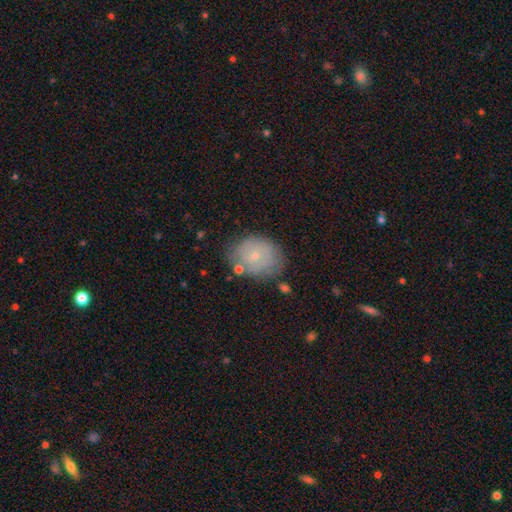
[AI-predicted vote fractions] smooth-or-featured: smooth: 53% | featured or disk: 38% | star or artifact: 9%
  how-rounded: in between: 51% | round: 48% | cigar-shaped: 1%
  merging: none: 69% | minor disturbance: 20% | major disturbance: 6% | merger: 5%